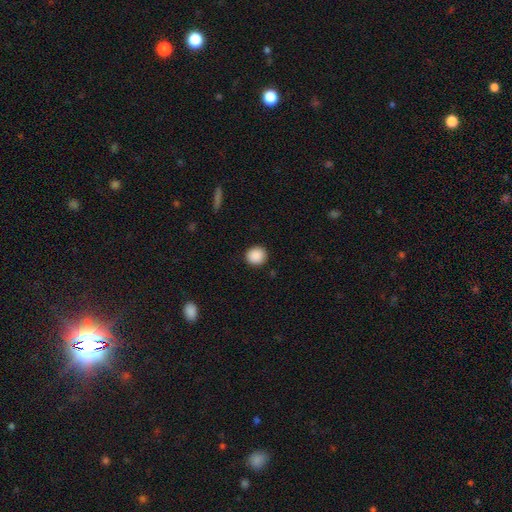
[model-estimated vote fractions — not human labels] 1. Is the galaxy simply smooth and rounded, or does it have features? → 89% smooth, 8% star or artifact, 2% featured or disk.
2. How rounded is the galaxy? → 90% round, 9% in between, 1% cigar-shaped.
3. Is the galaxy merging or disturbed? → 91% none, 6% minor disturbance, 2% major disturbance, 1% merger.